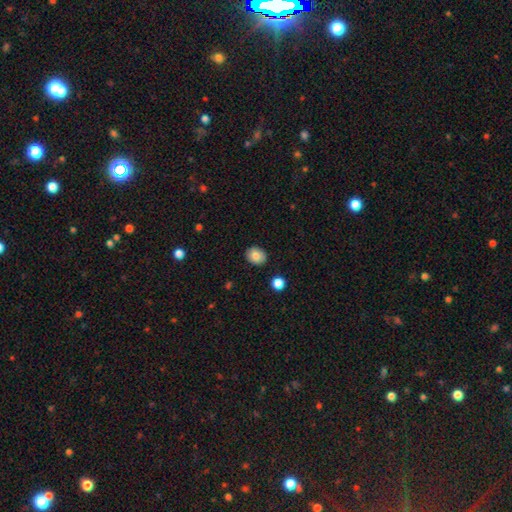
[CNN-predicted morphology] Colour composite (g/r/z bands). It shows a smooth galaxy with no disk features (81%) that is round (55%). Merging: none (88%).